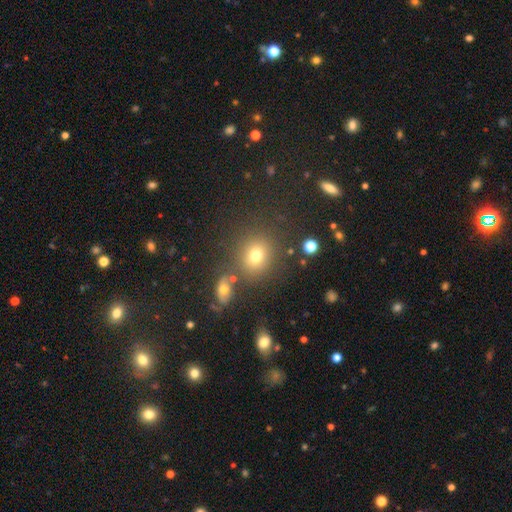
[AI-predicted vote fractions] This is likely a smooth galaxy (73%). How rounded: likely round (71%). Merging: likely none (77%).